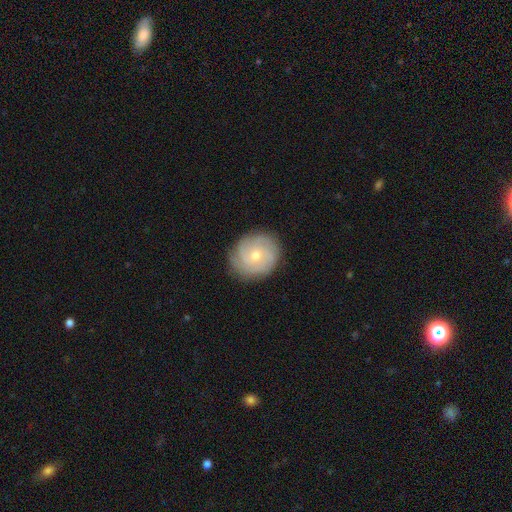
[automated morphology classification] This appears to be a featured or disk galaxy (74%) with no bar (77%), tight (71%) spiral arms (94%) and a small central bulge (53%). Merging: none (84%).